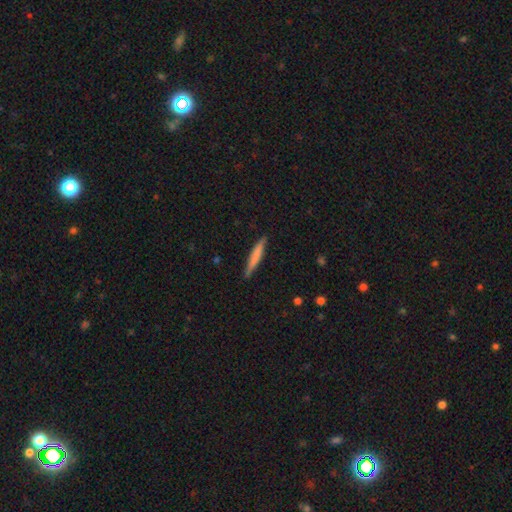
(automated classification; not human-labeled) Smooth or featured: smooth — 67% (featured or disk — 27%)
How rounded: cigar-shaped — 94% (in between — 4%)
Merging: none — 86% (minor disturbance — 11%)